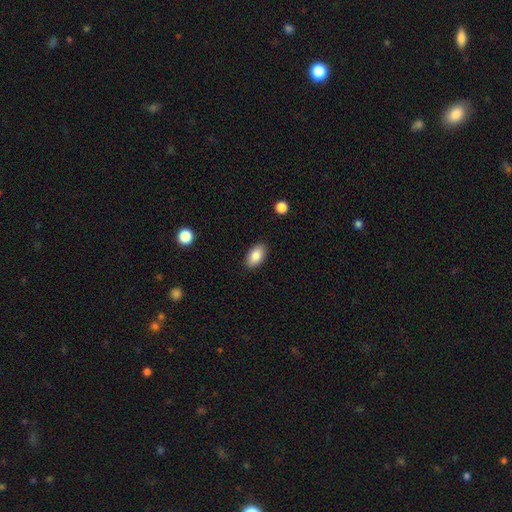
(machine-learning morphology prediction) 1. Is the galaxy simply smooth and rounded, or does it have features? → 86% smooth, 7% star or artifact, 7% featured or disk.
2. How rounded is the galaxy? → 93% in between, 5% round, 2% cigar-shaped.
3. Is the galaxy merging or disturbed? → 88% none, 9% minor disturbance, 2% major disturbance, 1% merger.